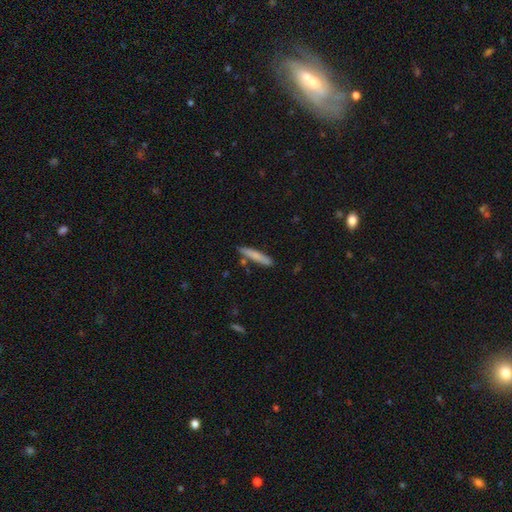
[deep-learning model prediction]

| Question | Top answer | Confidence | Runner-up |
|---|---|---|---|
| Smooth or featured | smooth | 75% | featured or disk (19%) |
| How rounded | cigar-shaped | 92% | in between (6%) |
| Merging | none | 81% | minor disturbance (12%) |